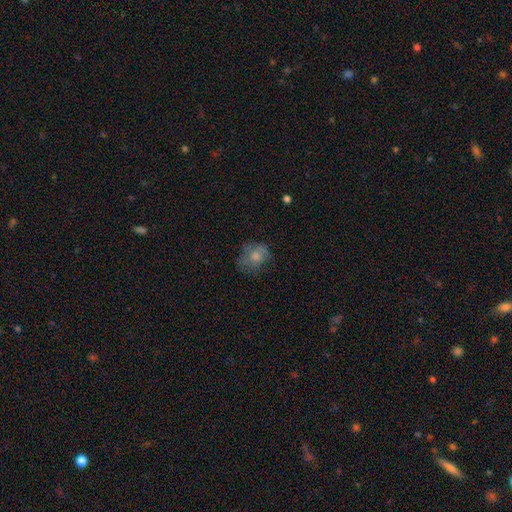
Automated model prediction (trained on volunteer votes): Overall: smooth (71%). How rounded: round (60%; in between 39%). Merging: none (58%; minor disturbance 25%).